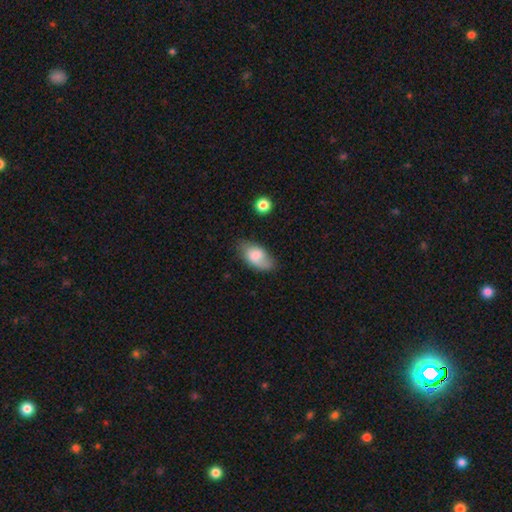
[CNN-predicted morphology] smooth-or-featured: smooth: 73% | featured or disk: 20% | star or artifact: 7%
  how-rounded: in between: 93% | round: 4% | cigar-shaped: 3%
  merging: none: 66% | minor disturbance: 25% | major disturbance: 7% | merger: 3%